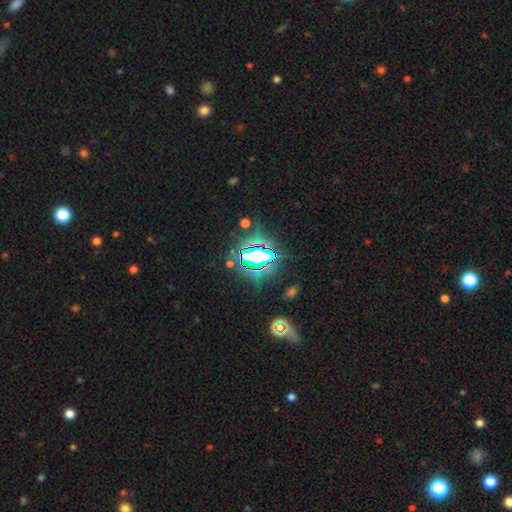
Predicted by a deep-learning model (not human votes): Q: Smooth or featured?
A: star or artifact (71%); runner-up: smooth (17%)